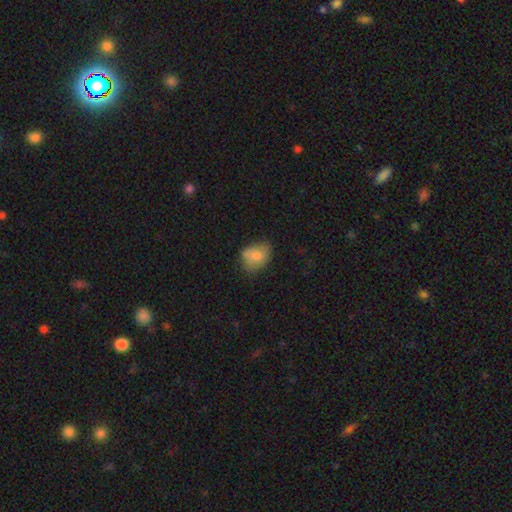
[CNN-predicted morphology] smooth 74%, featured or disk 18%, star or artifact 9%. Down the decision tree: how rounded — in between (61%); merging — none (57%).